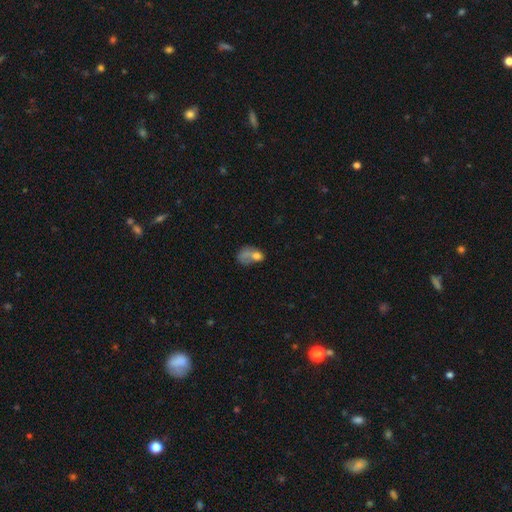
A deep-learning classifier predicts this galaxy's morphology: Smooth or featured: smooth — 63% (featured or disk — 24%)
How rounded: in between — 74% (round — 24%)
Merging: major disturbance — 34% (merger — 31%)